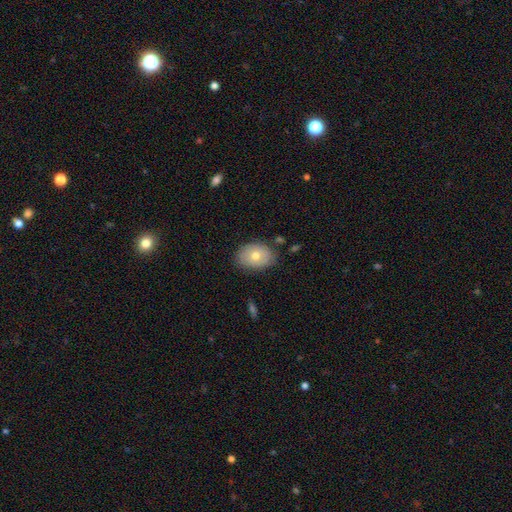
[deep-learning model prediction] This appears to be a smooth galaxy with no disk features (66%) that is in between round and cigar-shaped (77%). Merging: none (80%).